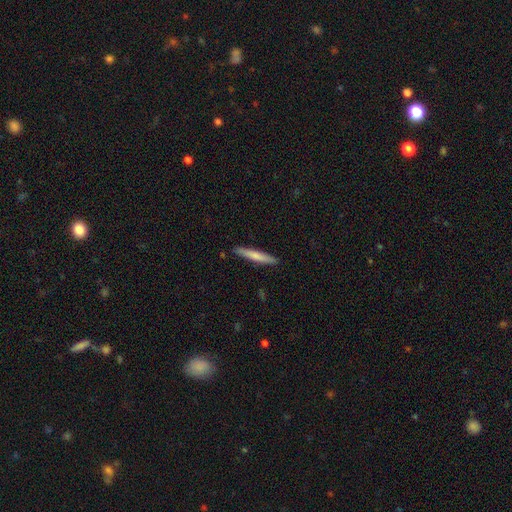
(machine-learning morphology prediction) type=smooth (68%); roundness=cigar-shaped (95%); merging=none (90%).